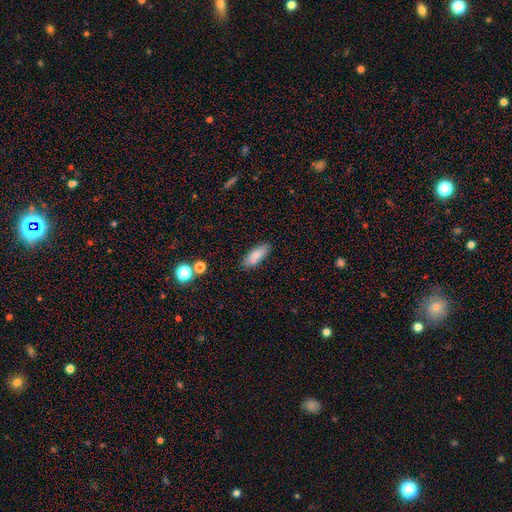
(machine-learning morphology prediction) The model was most divided on "how rounded": in between: 65%, cigar-shaped: 32%, round: 2%. More confident: smooth or featured — smooth (82%); merging — none (78%).